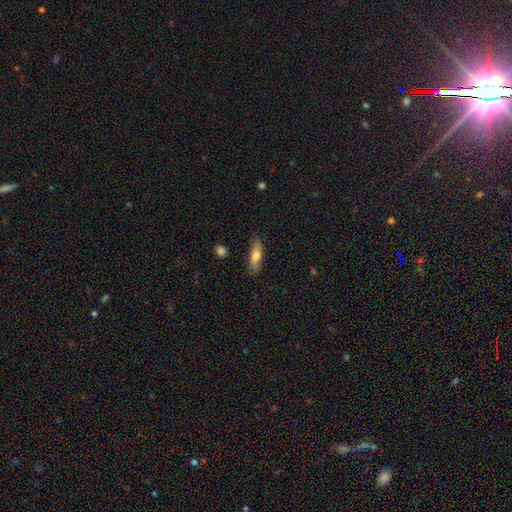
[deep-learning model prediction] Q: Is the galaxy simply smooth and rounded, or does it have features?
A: smooth — 71%.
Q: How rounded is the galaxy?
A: cigar-shaped — 52%.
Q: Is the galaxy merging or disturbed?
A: none — 80%.